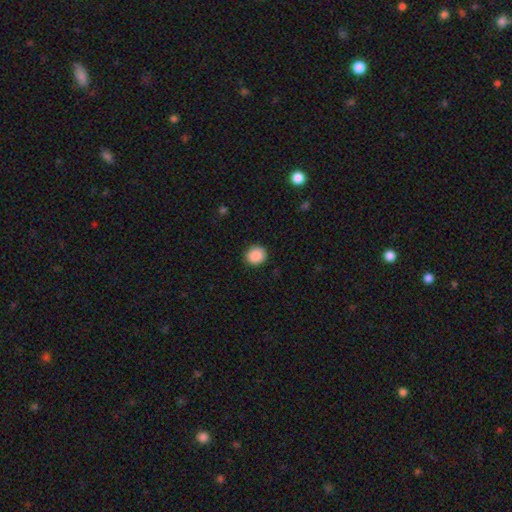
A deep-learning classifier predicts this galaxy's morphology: A smooth galaxy with no disk features (89%) that is round (82%).

Vote fractions:
- Smooth or featured? smooth: 89% / star or artifact: 8% / featured or disk: 3%
- How rounded? round: 82% / in between: 17% / cigar-shaped: 1%
- Merging? none: 90% / minor disturbance: 7% / major disturbance: 2% / merger: 1%